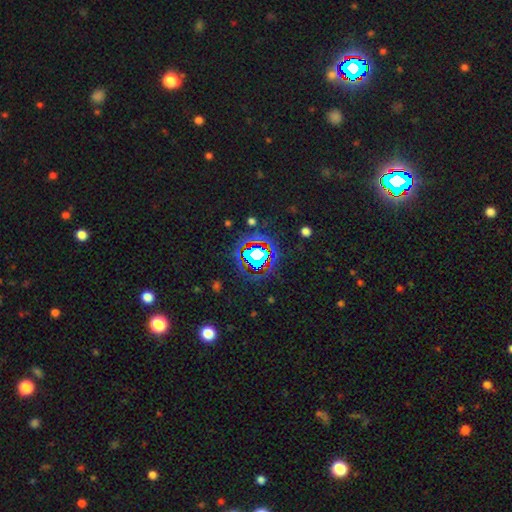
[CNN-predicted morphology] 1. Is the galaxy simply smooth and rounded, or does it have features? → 80% star or artifact, 13% smooth, 8% featured or disk.